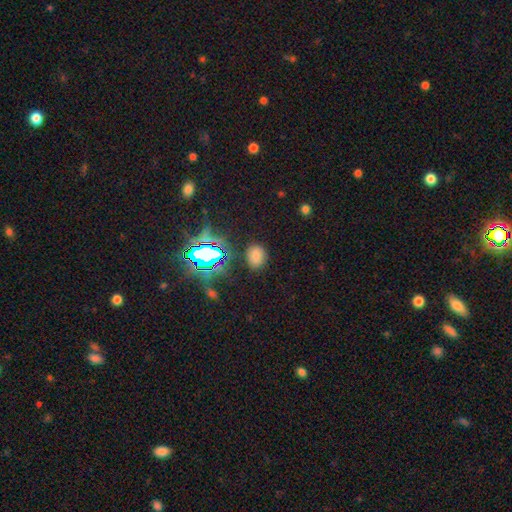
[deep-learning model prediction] Smooth or featured? Predicted: smooth (p=0.64). How rounded? Predicted: in between (p=0.66). Merging? Predicted: none (p=0.82).